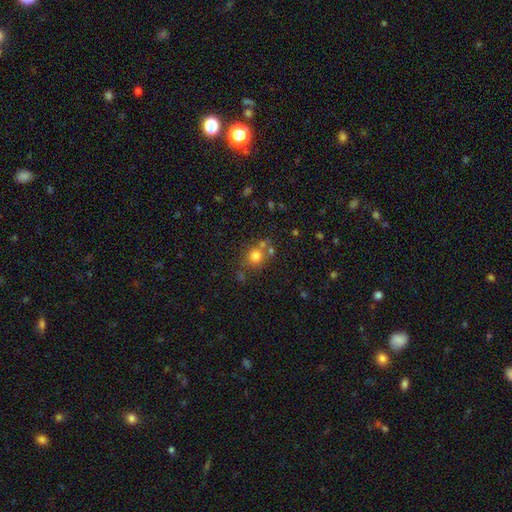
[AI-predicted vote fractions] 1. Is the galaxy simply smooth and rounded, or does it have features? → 75% smooth, 15% star or artifact, 10% featured or disk.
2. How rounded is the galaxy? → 85% round, 14% in between, 1% cigar-shaped.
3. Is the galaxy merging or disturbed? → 67% none, 17% merger, 11% minor disturbance, 5% major disturbance.